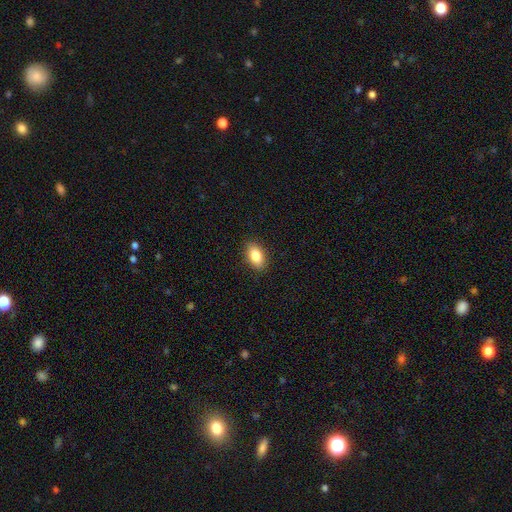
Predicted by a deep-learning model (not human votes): The model was most divided on "smooth or featured": smooth: 84%, featured or disk: 8%, star or artifact: 8%. More confident: how rounded — in between (91%); merging — none (89%).